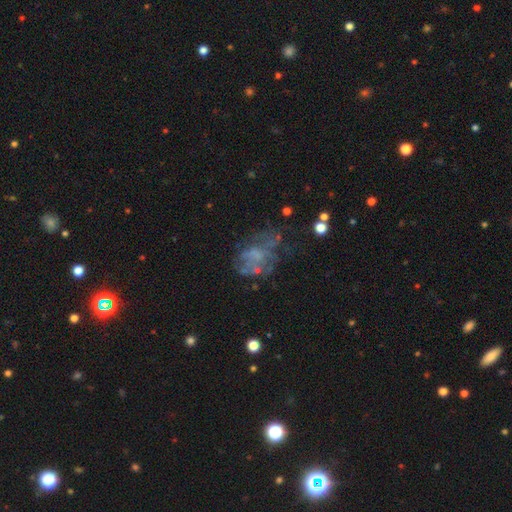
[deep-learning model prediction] This is possibly a featured or disk galaxy (53%). It is clearly not viewed edge-on (97%). Bar: clearly no (88%). Spiral arm pattern: clearly no (84%). Central bulge: likely none (65%). Merging: marginally none (38%).